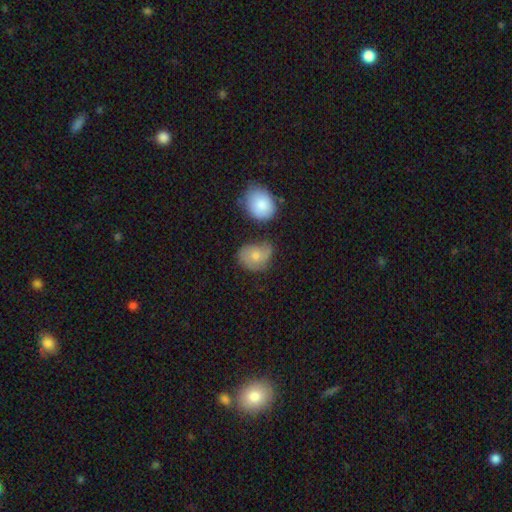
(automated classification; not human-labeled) This appears to be a smooth galaxy with no disk features (56%) that is round (52%). Merging: none (42%).